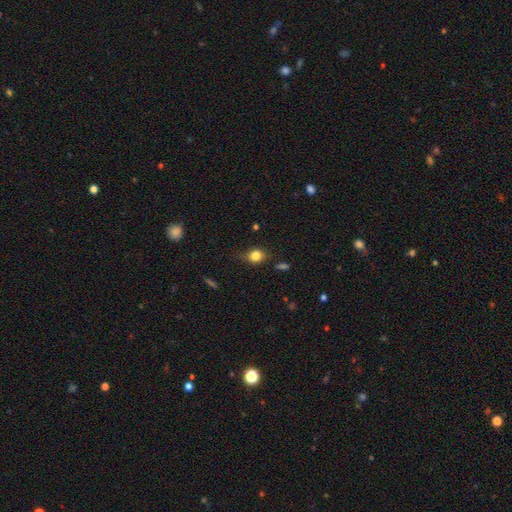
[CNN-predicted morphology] This appears to be a smooth galaxy with no disk features (79%) that is round (67%). Merging: none (68%).